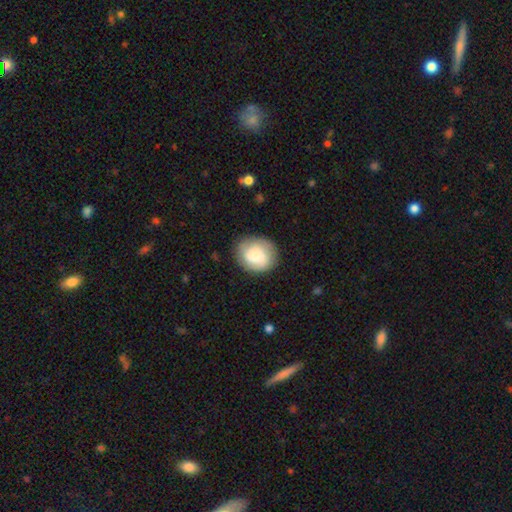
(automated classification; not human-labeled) smooth_or_featured: smooth (p=0.62) [alt: featured or disk p=0.32]
how_rounded: round (p=0.69) [alt: in between p=0.30]
merging: none (p=0.83) [alt: minor disturbance p=0.12]